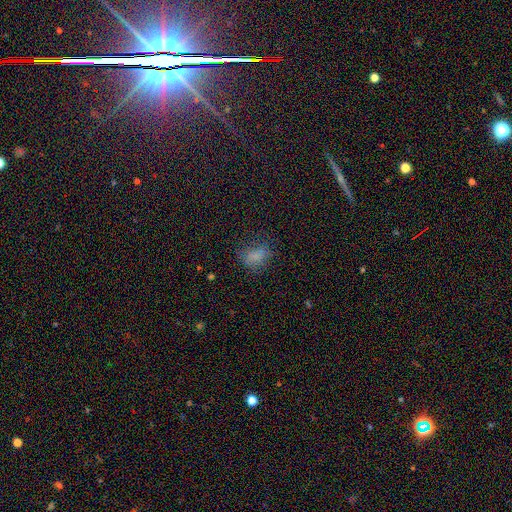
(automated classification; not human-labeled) This appears to be a smooth galaxy with no disk features (70%) that is in between round and cigar-shaped (76%). Merging: none (55%).